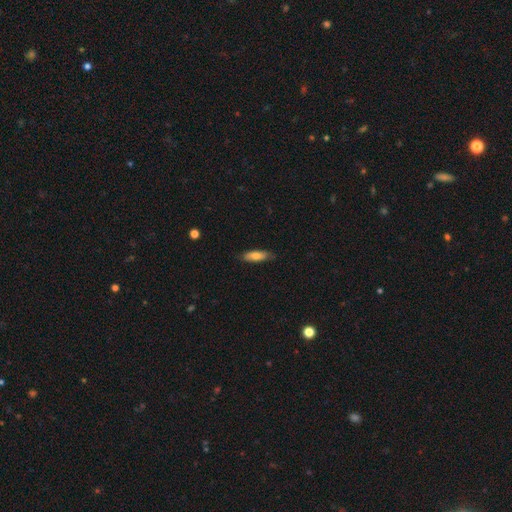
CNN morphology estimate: A smooth galaxy with no disk features (74%) that is cigar-shaped (51%).

Vote fractions:
- Smooth or featured? smooth: 74% / featured or disk: 20% / star or artifact: 6%
- How rounded? cigar-shaped: 51% / in between: 47% / round: 2%
- Merging? none: 82% / minor disturbance: 15% / major disturbance: 2% / merger: 1%